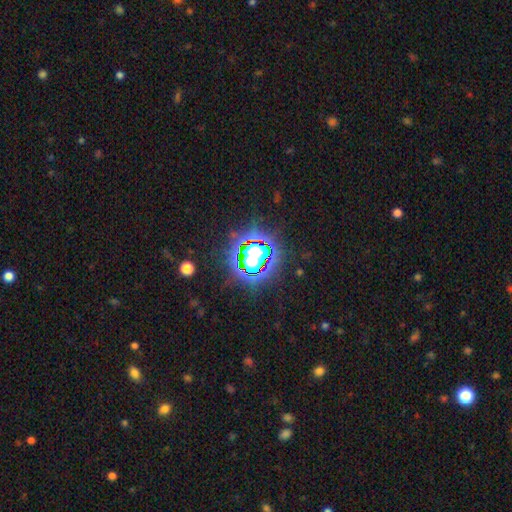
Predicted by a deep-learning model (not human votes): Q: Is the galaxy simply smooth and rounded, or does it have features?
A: star or artifact — 70%.